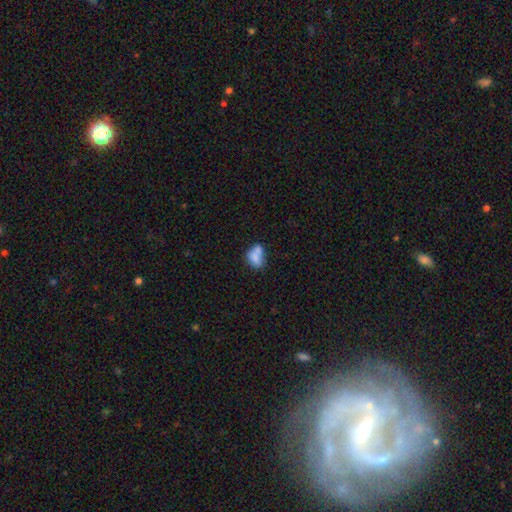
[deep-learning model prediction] smooth-or-featured: smooth: 74% | featured or disk: 16% | star or artifact: 9%
  how-rounded: in between: 73% | round: 25% | cigar-shaped: 2%
  merging: merger: 45% | none: 31% | minor disturbance: 16% | major disturbance: 7%